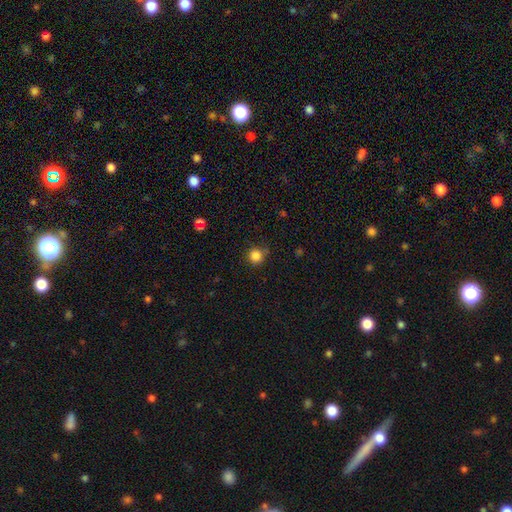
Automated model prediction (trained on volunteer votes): This is clearly a smooth galaxy (85%). How rounded: clearly round (93%). Merging: clearly none (80%).